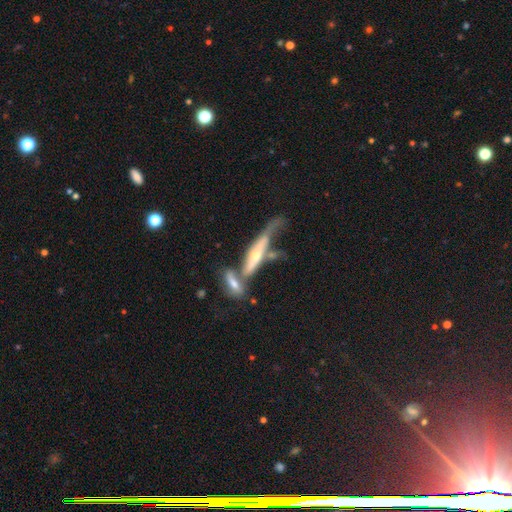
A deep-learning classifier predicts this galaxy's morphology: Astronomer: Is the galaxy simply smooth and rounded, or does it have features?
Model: featured or disk — 64%.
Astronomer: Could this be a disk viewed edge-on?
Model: yes — 67%.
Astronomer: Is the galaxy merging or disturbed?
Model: merger — 46% (runner-up: none, 23%).